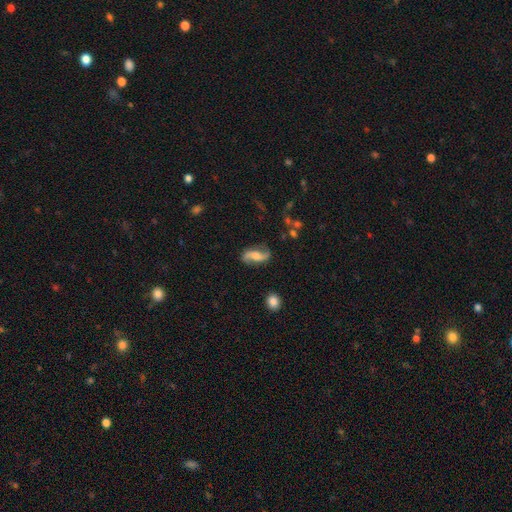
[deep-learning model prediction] smooth-or-featured: featured or disk: 77% | smooth: 16% | star or artifact: 7%
  disk-edge-on: no: 94% | yes: 6%
    bar: no: 49% | weak: 35% | strong: 16%
    has-spiral-arms: yes: 94% | no: 6%
      spiral-winding: loose: 79% | medium: 16% | tight: 5%
      spiral-arm-count: 2: 93% | can't tell: 2% | 1: 2% | 3: 1% | 4: 1% | more than 4: 1%
    bulge-size: moderate: 54% | small: 24% | large: 11% | none: 8% | dominant: 2%
  merging: none: 79% | minor disturbance: 14% | major disturbance: 5% | merger: 2%